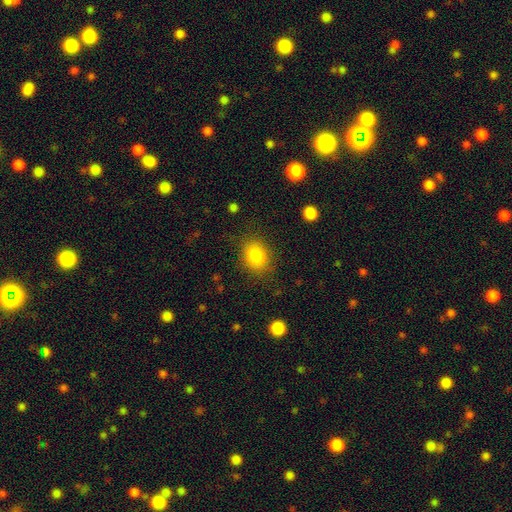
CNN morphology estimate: type=smooth (84%); roundness=round (51%); merging=none (82%).